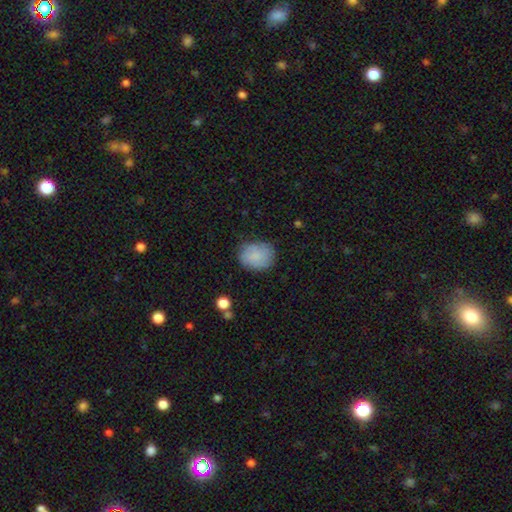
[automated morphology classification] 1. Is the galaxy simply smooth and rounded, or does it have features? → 77% smooth, 15% featured or disk, 8% star or artifact.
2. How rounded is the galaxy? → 58% round, 41% in between, 1% cigar-shaped.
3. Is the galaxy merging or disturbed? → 73% none, 20% minor disturbance, 5% major disturbance, 2% merger.